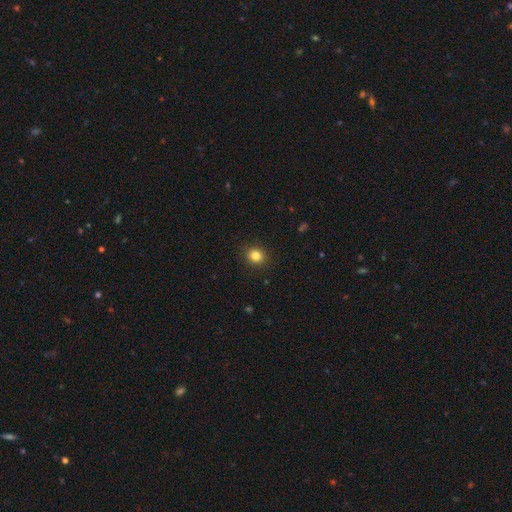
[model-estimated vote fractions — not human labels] A smooth galaxy with no disk features (83%) that is round (78%). Merging: none (90%).